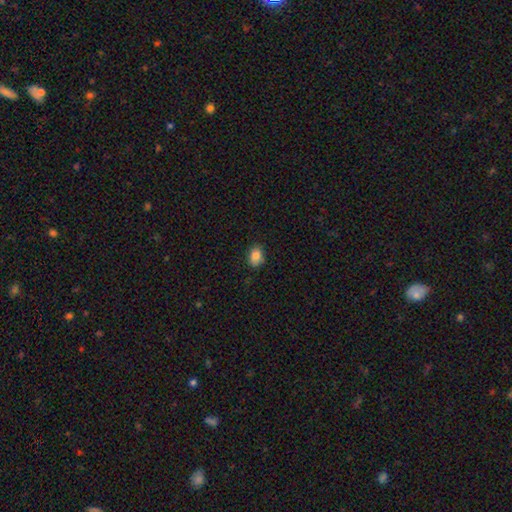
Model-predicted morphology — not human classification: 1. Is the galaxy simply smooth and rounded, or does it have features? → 83% smooth, 9% star or artifact, 7% featured or disk.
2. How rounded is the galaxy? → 74% in between, 24% round, 1% cigar-shaped.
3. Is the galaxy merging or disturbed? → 82% none, 15% minor disturbance, 2% major disturbance, 1% merger.